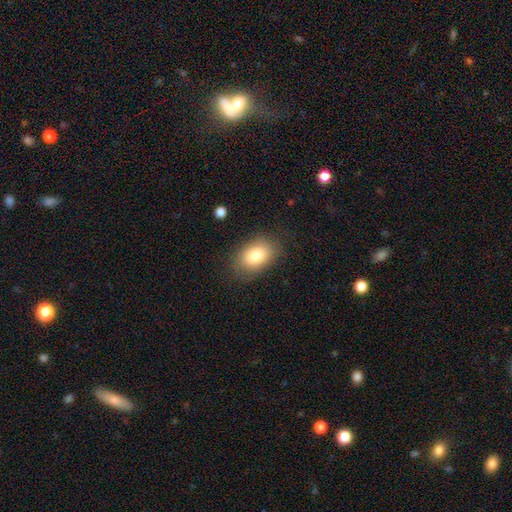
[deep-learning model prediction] smooth-or-featured: smooth: 81% | featured or disk: 11% | star or artifact: 9%
  how-rounded: in between: 84% | round: 15% | cigar-shaped: 1%
  merging: none: 82% | minor disturbance: 13% | major disturbance: 4% | merger: 1%